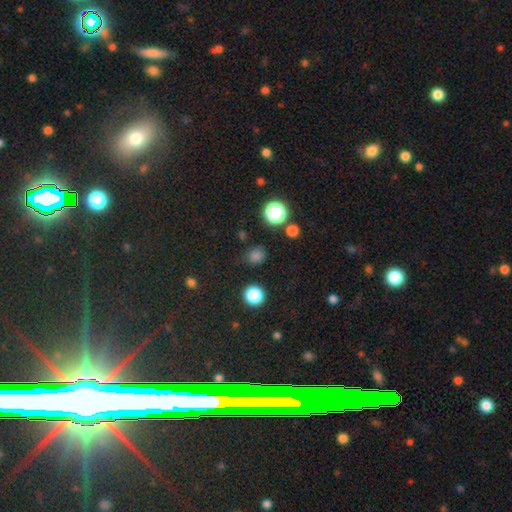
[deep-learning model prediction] A smooth galaxy with no disk features (73%) that is round (76%). Merging: none (81%).